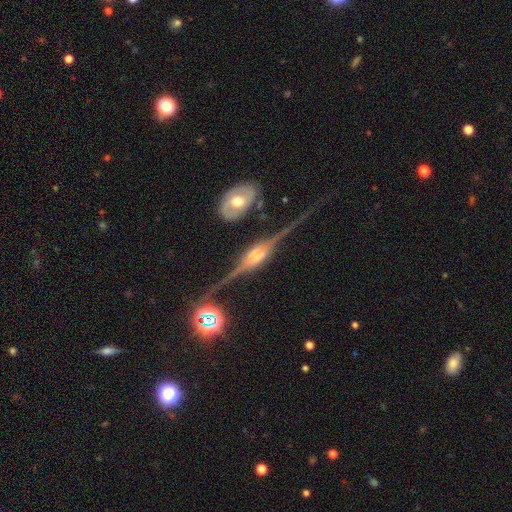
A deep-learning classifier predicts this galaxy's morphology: featured or disk 89%, smooth 6%, star or artifact 5%. Down the decision tree: edge-on disk — yes (94%); edge-on bulge — rounded (80%); merging — none (69%).